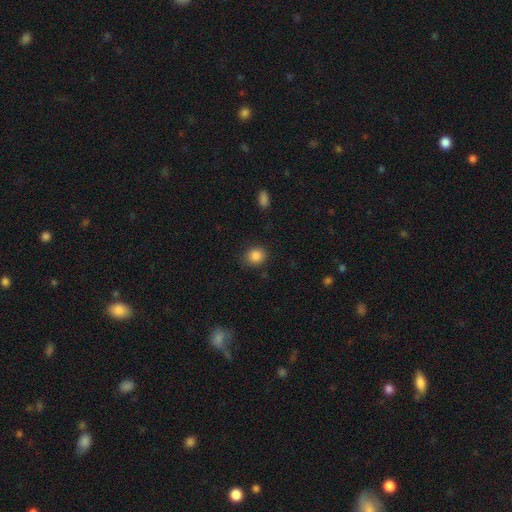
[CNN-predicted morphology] A smooth galaxy with no disk features (86%) that is round (76%).

Vote fractions:
- Smooth or featured? smooth: 86% / star or artifact: 10% / featured or disk: 4%
- How rounded? round: 76% / in between: 23% / cigar-shaped: 1%
- Merging? none: 84% / minor disturbance: 11% / major disturbance: 3% / merger: 1%